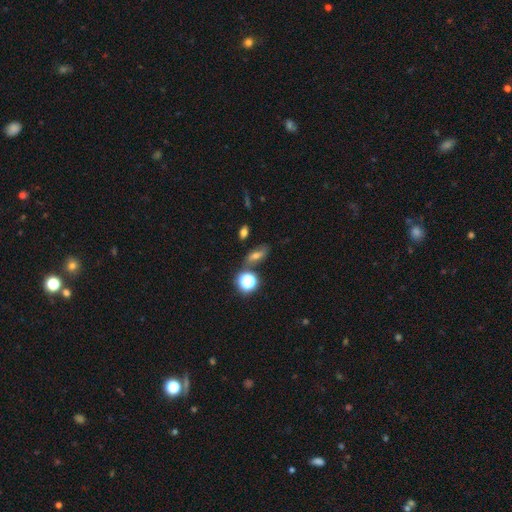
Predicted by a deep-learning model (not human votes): A smooth galaxy with no disk features (43%).

Vote fractions:
- Smooth or featured? smooth: 43% / featured or disk: 30% / star or artifact: 27%
- Merging? none: 73% / minor disturbance: 14% / merger: 9% / major disturbance: 5%